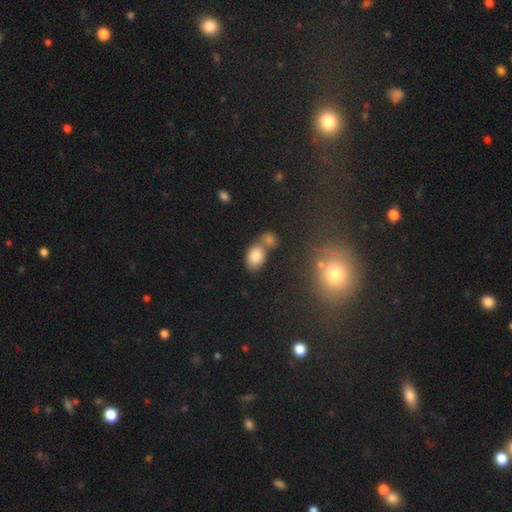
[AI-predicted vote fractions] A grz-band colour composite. It shows a smooth galaxy with no disk features (80%) that is in between round and cigar-shaped (79%). Merging: merger (42%, tied with none).